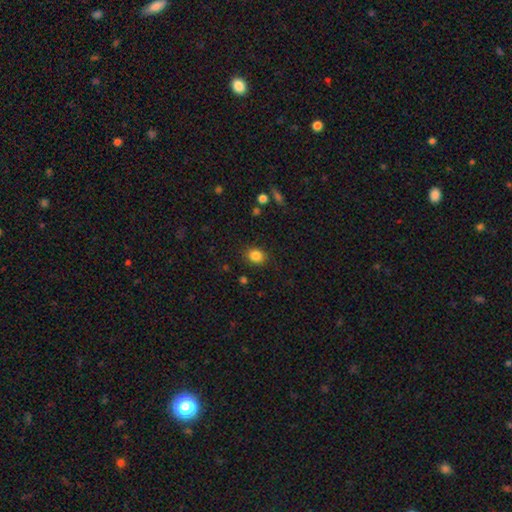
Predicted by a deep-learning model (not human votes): Smooth or featured? Predicted: smooth (p=0.85). How rounded? Predicted: round (p=0.61). Merging? Predicted: none (p=0.87).